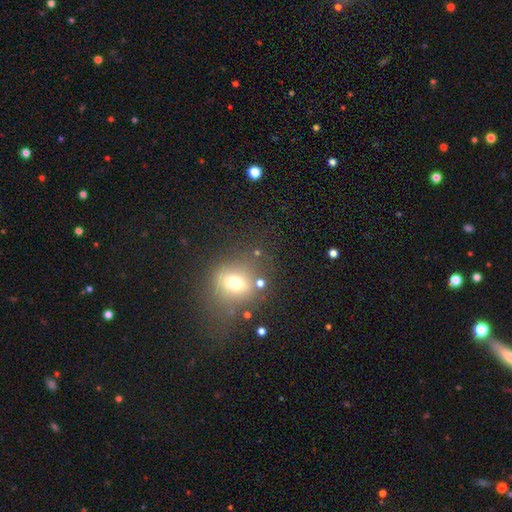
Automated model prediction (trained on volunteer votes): smooth-or-featured: smooth: 53% | star or artifact: 24% | featured or disk: 22%
  how-rounded: round: 50% | in between: 46% | cigar-shaped: 3%
  merging: none: 61% | minor disturbance: 20% | major disturbance: 12% | merger: 7%